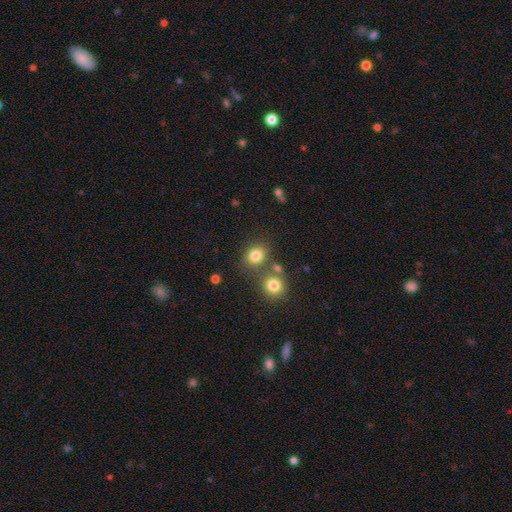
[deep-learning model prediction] Smooth or featured? Predicted: smooth (p=0.80). How rounded? Predicted: round (p=0.62). Merging? Predicted: none (p=0.67).